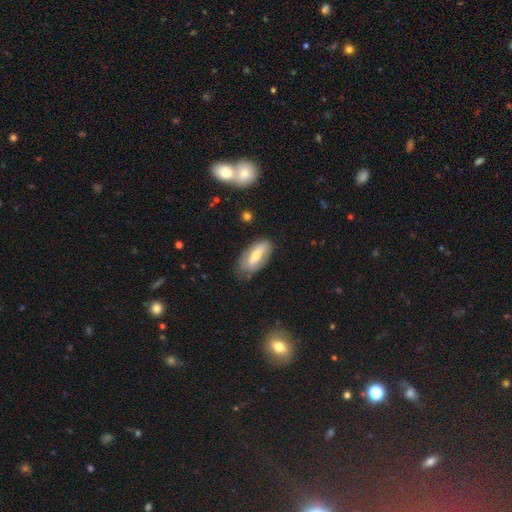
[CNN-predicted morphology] This is possibly a smooth galaxy (54%). How rounded: clearly in between (83%). Merging: likely none (74%).